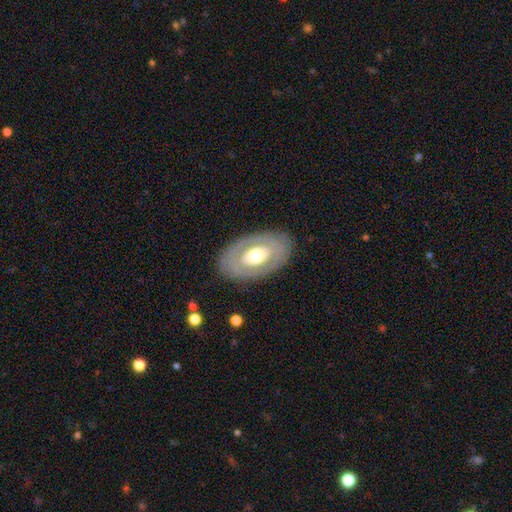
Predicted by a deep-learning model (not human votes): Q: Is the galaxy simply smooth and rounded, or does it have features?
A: featured or disk — 53%.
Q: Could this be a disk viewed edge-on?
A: no — 89%.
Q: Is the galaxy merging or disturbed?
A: none — 83%.